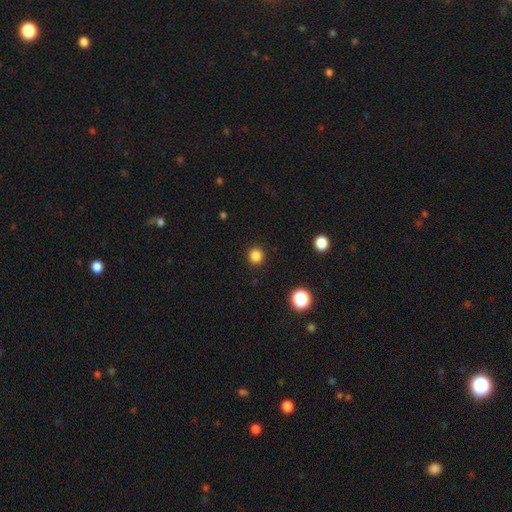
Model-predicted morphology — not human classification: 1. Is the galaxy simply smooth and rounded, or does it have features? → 85% smooth, 12% star or artifact, 3% featured or disk.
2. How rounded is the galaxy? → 92% round, 7% in between, 1% cigar-shaped.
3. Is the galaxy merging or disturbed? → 92% none, 5% minor disturbance, 2% major disturbance, 1% merger.